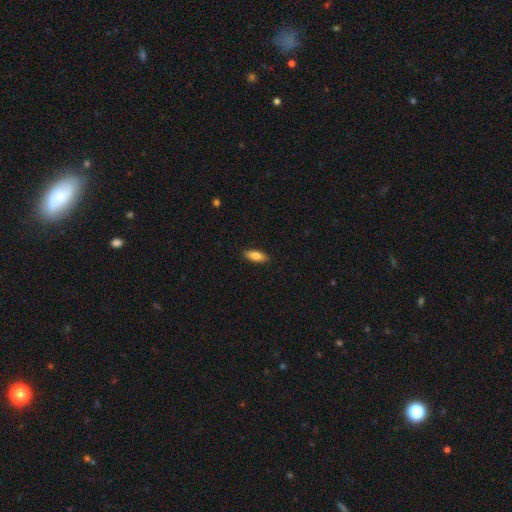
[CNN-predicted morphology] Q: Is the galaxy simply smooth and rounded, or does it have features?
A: smooth — 82%.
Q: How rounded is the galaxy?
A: in between — 69%.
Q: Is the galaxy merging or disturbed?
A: none — 89%.